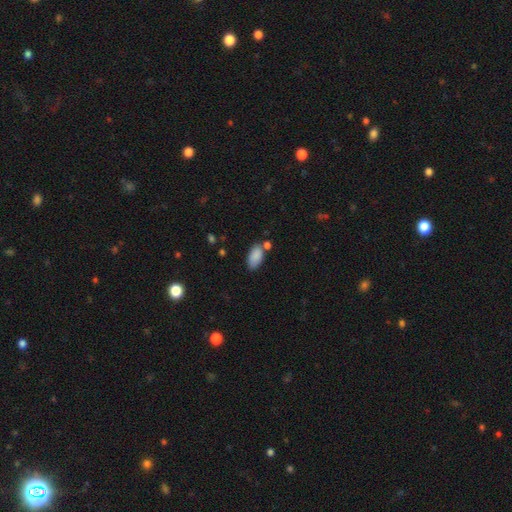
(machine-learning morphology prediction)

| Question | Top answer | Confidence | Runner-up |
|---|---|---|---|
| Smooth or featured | smooth | 87% | star or artifact (8%) |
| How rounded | in between | 93% | cigar-shaped (4%) |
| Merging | none | 67% | minor disturbance (16%) |